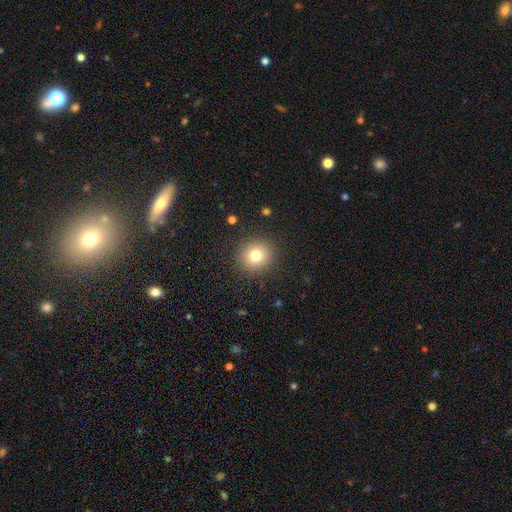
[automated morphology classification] smooth-or-featured: smooth: 78% | star or artifact: 13% | featured or disk: 10%
  how-rounded: round: 90% | in between: 9% | cigar-shaped: 1%
  merging: none: 90% | minor disturbance: 6% | major disturbance: 3% | merger: 1%